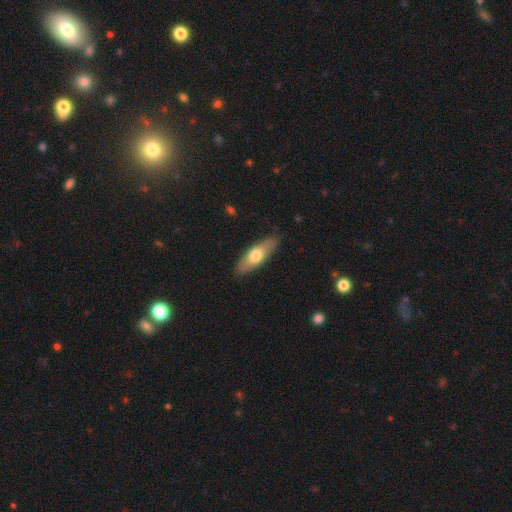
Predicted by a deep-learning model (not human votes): This is possibly a smooth galaxy (60%). How rounded: possibly in between (53%). Merging: clearly none (87%).